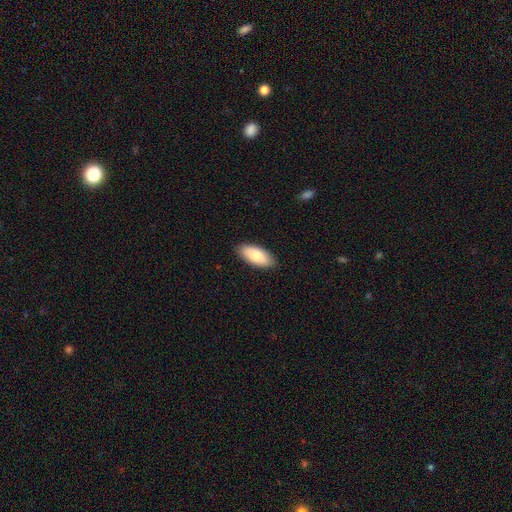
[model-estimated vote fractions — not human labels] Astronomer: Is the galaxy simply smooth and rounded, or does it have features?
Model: smooth — 83%.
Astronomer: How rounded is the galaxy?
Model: in between — 88%.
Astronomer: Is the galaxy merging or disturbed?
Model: none — 88%.